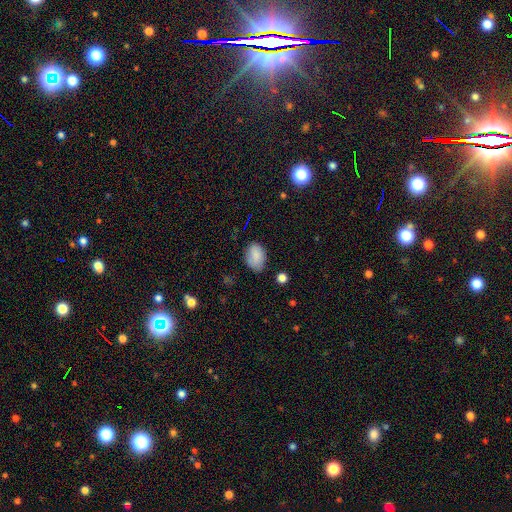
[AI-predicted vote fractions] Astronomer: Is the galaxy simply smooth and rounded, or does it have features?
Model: smooth — 85%.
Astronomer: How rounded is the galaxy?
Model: in between — 84%.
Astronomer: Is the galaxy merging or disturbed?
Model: none — 73%.